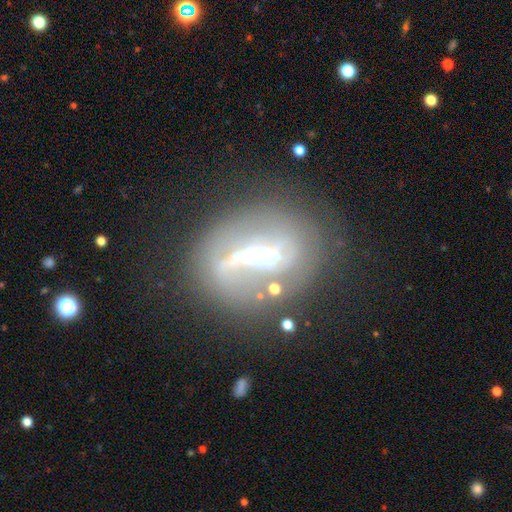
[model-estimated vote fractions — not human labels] Smooth or featured? featured or disk (67%)
Edge-on disk? no (77%)
Bar? strong (59%)
Spiral arms? no (64%)
Bulge size? moderate (40%)
Merging? none (59%)